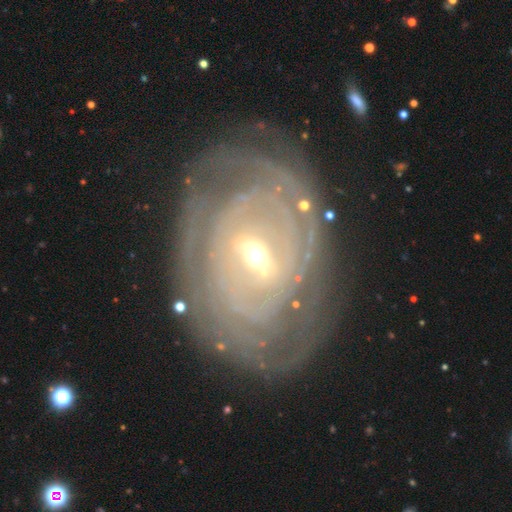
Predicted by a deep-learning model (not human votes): Smooth or featured? Predicted: featured or disk (p=0.86). Edge-on disk? Predicted: no (p=0.95). Bar? Predicted: weak (p=0.47). Spiral arms? Predicted: yes (p=0.90). Spiral winding? Predicted: tight (p=0.82). Spiral arm count? Predicted: can't tell (p=0.47). Bulge size? Predicted: small (p=0.48). Merging? Predicted: none (p=0.77).